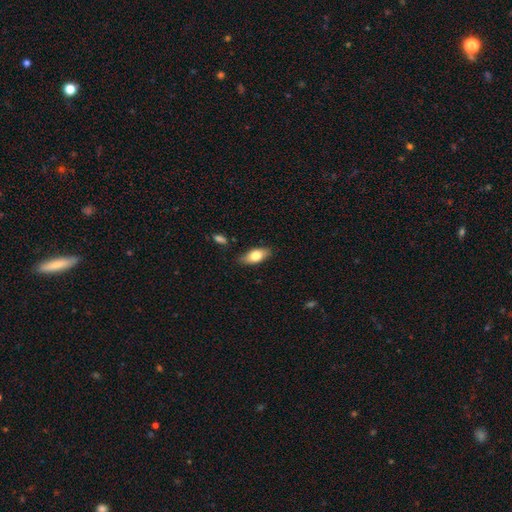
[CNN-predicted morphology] This is likely a smooth galaxy (75%). How rounded: clearly in between (86%). Merging: clearly none (83%).